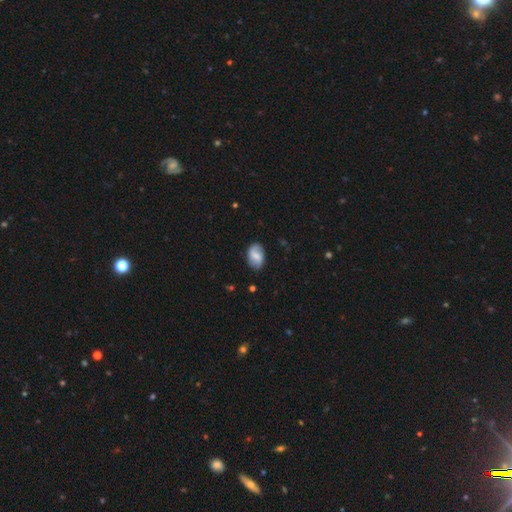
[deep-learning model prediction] Smooth or featured? smooth (59%)
How rounded? in between (88%)
Merging? none (81%)